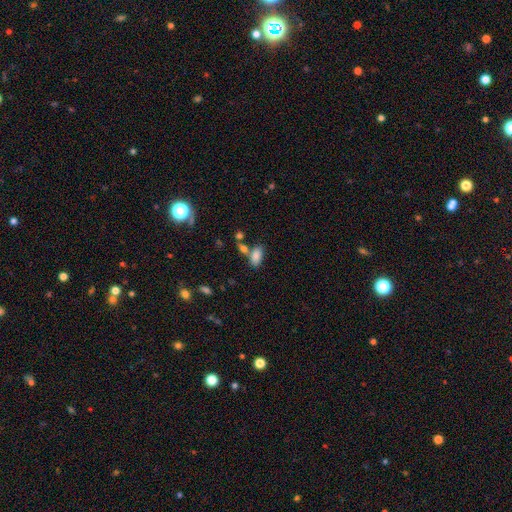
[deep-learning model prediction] Smooth or featured: smooth — 84% (star or artifact — 9%)
How rounded: in between — 92% (cigar-shaped — 5%)
Merging: none — 57% (merger — 24%)